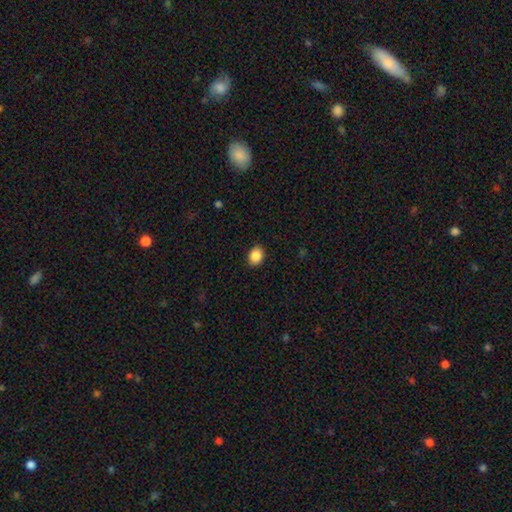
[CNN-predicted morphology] The model was most divided on "how rounded": in between: 57%, round: 42%, cigar-shaped: 1%. More confident: merging — none (90%); smooth or featured — smooth (88%).